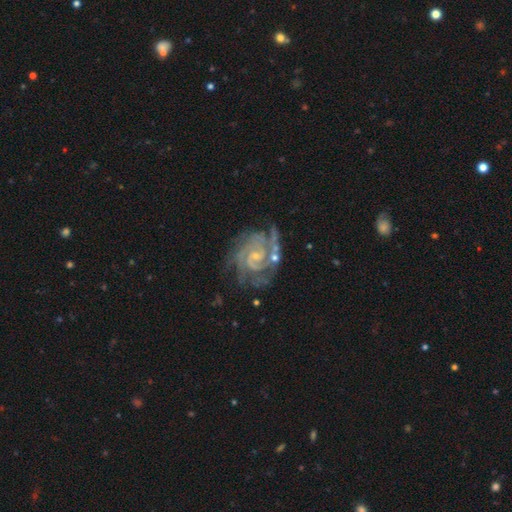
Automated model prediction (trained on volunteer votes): A featured or disk galaxy (91%) with no bar (52%), 2 (40%) tight (67%) spiral arms (98%) and a small central bulge (74%).

Vote fractions:
- Smooth or featured? featured or disk: 91% / star or artifact: 6% / smooth: 4%
- Edge-on disk? no: 98% / yes: 2%
- Bar? no: 52% / weak: 37% / strong: 11%
- Spiral arms? yes: 98% / no: 2%
- Spiral winding? tight: 67% / medium: 29% / loose: 4%
- Spiral arm count? 2: 40% / 3: 26% / can't tell: 14% / 4: 10% / more than 4: 5% / 1: 5%
- Bulge size? small: 74% / moderate: 19% / none: 5% / large: 1% / dominant: 1%
- Merging? none: 65% / minor disturbance: 19% / major disturbance: 10% / merger: 6%